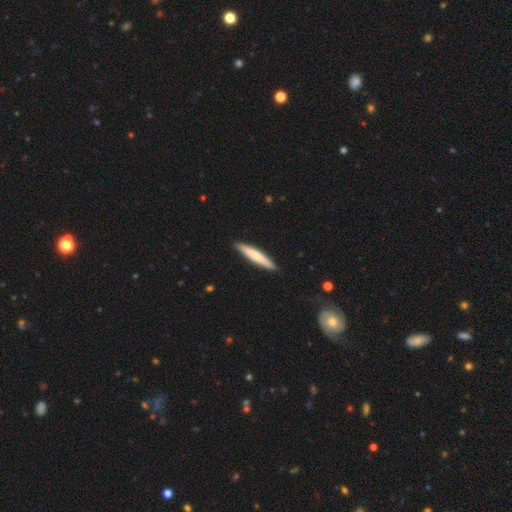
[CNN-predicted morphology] A smooth galaxy with no disk features (66%) that is cigar-shaped (92%).

Vote fractions:
- Smooth or featured? smooth: 66% / featured or disk: 29% / star or artifact: 5%
- How rounded? cigar-shaped: 92% / in between: 7% / round: 1%
- Merging? none: 90% / minor disturbance: 8% / major disturbance: 1% / merger: 1%